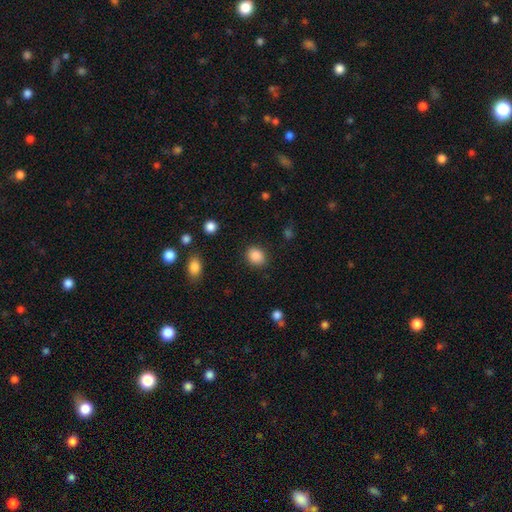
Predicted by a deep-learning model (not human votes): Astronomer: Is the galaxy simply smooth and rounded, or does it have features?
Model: smooth — 88%.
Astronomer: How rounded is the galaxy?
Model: round — 55% (runner-up: in between, 45%).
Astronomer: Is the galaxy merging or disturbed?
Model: none — 86%.